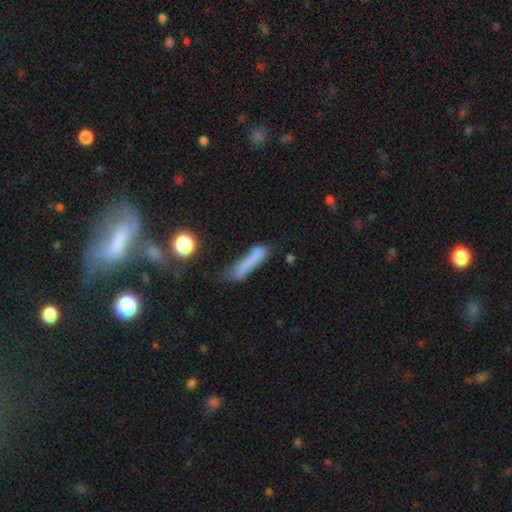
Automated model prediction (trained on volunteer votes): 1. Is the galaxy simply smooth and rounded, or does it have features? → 70% smooth, 19% featured or disk, 10% star or artifact.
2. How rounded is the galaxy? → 83% cigar-shaped, 14% in between, 3% round.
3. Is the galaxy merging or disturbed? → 41% none, 27% minor disturbance, 20% major disturbance, 12% merger.